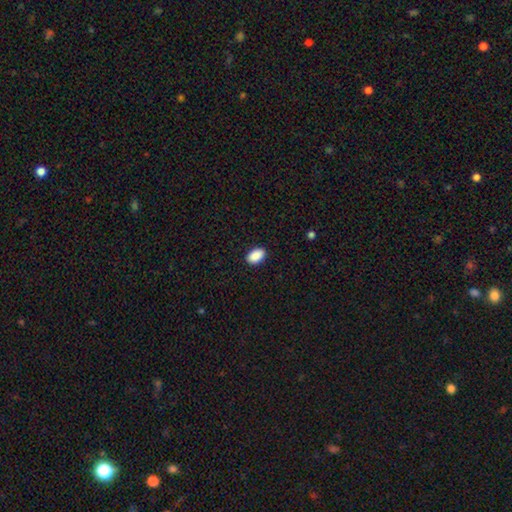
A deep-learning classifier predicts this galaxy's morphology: A smooth galaxy with no disk features (91%) that is in between round and cigar-shaped (92%).

Vote fractions:
- Smooth or featured? smooth: 91% / star or artifact: 7% / featured or disk: 2%
- How rounded? in between: 92% / round: 6% / cigar-shaped: 1%
- Merging? none: 90% / minor disturbance: 7% / major disturbance: 2% / merger: 1%